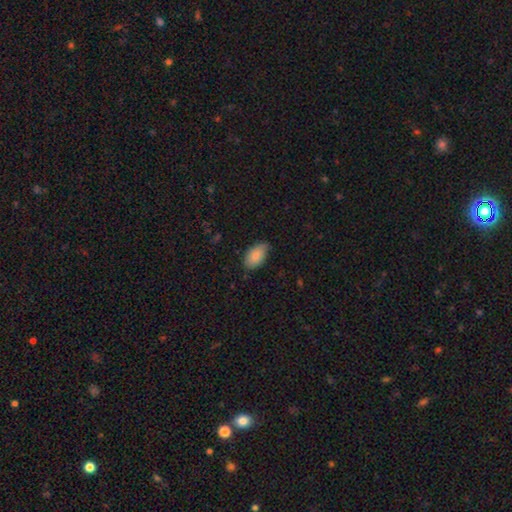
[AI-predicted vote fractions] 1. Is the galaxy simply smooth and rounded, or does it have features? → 82% smooth, 11% featured or disk, 7% star or artifact.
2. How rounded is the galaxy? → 94% in between, 4% round, 2% cigar-shaped.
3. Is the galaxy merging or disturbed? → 69% none, 26% minor disturbance, 3% major disturbance, 1% merger.